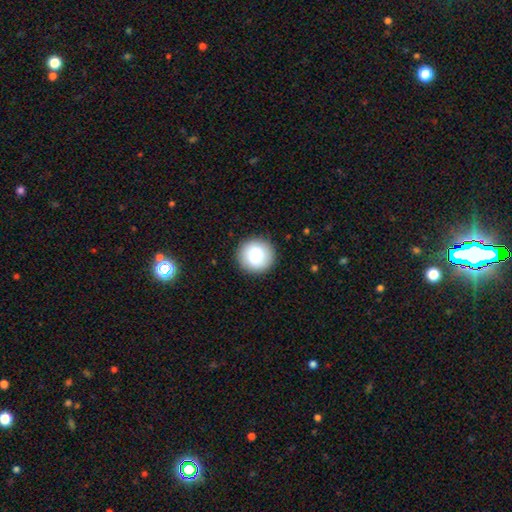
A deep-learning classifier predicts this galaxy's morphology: smooth 81%, featured or disk 11%, star or artifact 8%. Down the decision tree: how rounded — round (94%); merging — none (91%).